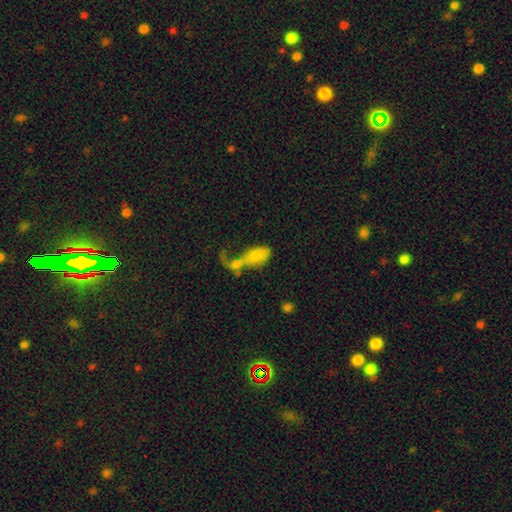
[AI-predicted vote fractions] The model was most divided on "merging": merger: 51%, major disturbance: 24%, none: 15%, minor disturbance: 9%. More confident: how rounded — in between (88%); smooth or featured — smooth (62%).